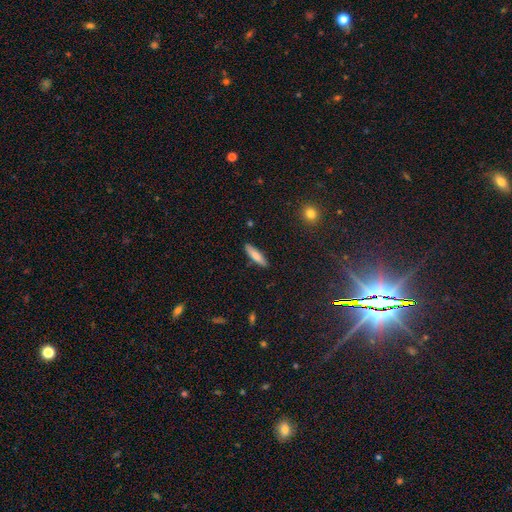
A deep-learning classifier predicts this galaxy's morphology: type=smooth (78%); roundness=cigar-shaped (75%); merging=none (89%).